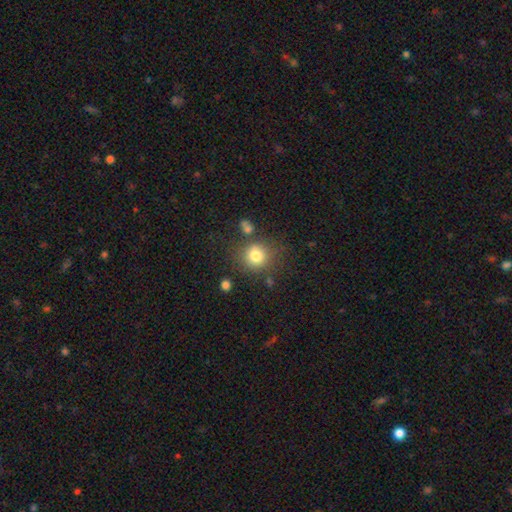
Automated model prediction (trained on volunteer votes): This appears to be a smooth galaxy with no disk features (78%) that is round (86%). Merging: none (74%).